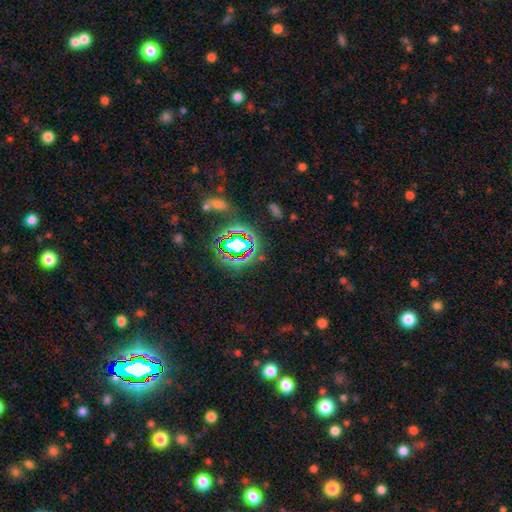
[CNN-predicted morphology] A star or artifact, not a galaxy (73%).